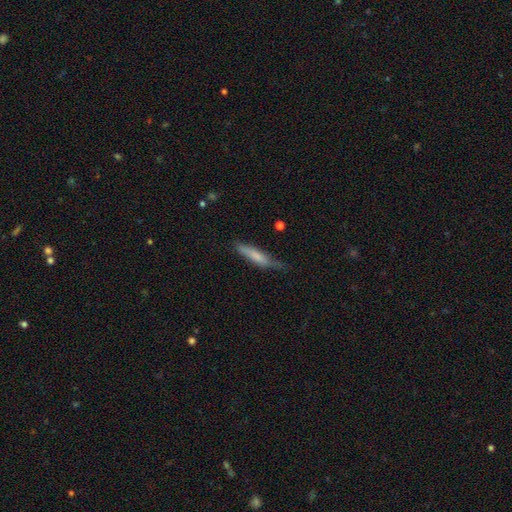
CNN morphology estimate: Smooth or featured? Predicted: smooth (p=0.68). How rounded? Predicted: cigar-shaped (p=0.84). Merging? Predicted: none (p=0.55).